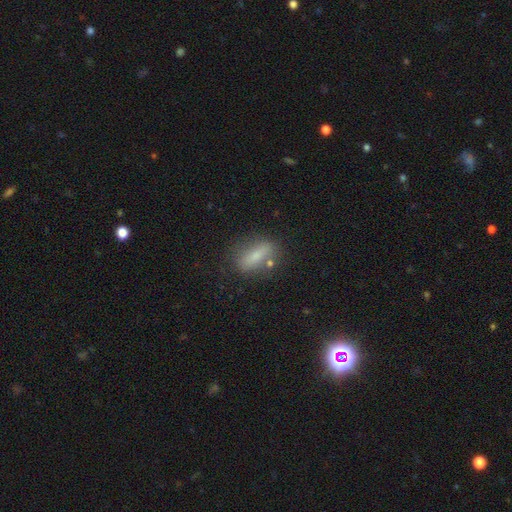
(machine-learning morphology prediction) This is likely a smooth galaxy (62%). How rounded: possibly in between (52%). Merging: likely none (74%).